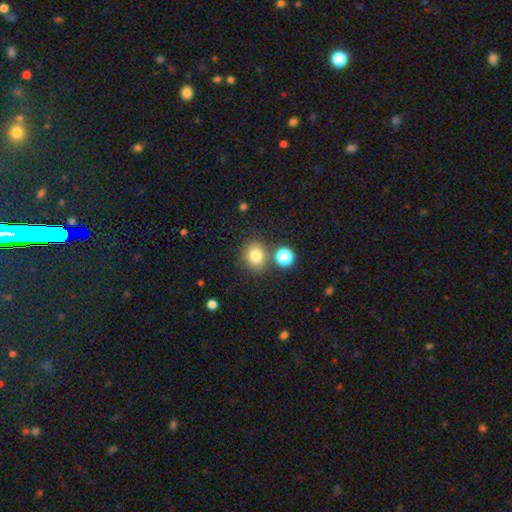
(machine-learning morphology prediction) This appears to be a smooth galaxy with no disk features (78%) that is round (75%). Merging: none (76%).